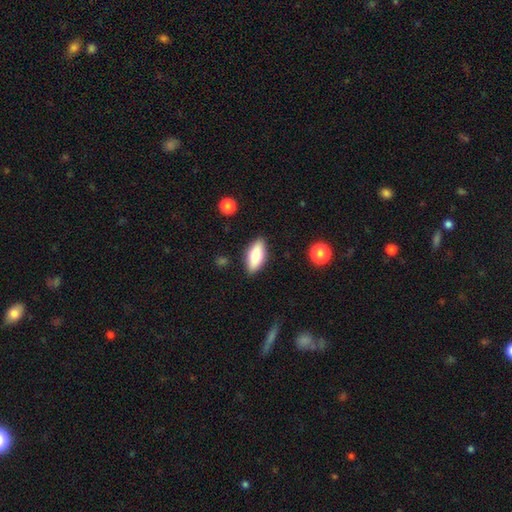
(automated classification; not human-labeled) Smooth or featured? Predicted: smooth (p=0.77). How rounded? Predicted: in between (p=0.82). Merging? Predicted: none (p=0.87).